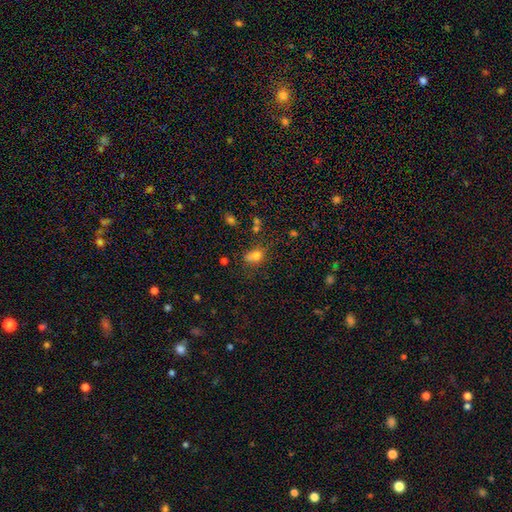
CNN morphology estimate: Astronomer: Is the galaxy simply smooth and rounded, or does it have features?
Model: smooth — 75%.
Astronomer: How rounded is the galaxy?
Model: in between — 58% (runner-up: round, 39%).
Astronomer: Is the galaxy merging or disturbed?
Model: none — 45% (runner-up: minor disturbance, 24%).